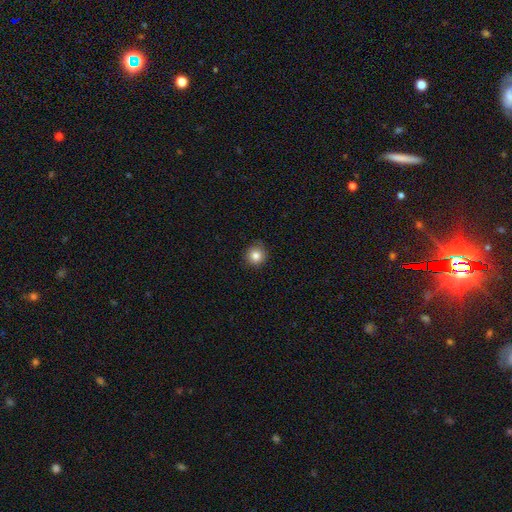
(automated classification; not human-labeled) A smooth galaxy with no disk features (83%) that is round (93%). Merging: none (84%).